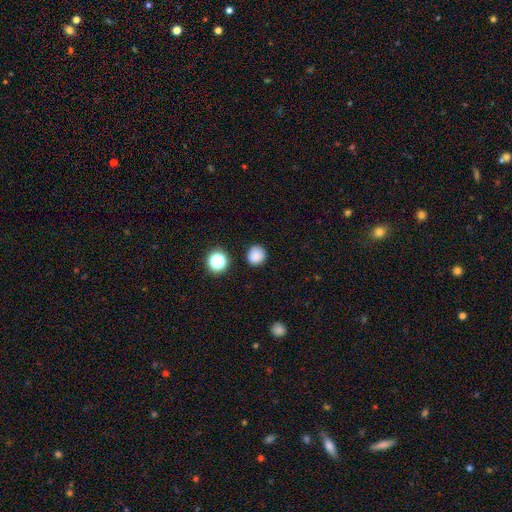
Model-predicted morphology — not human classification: smooth_or_featured: smooth (p=0.83) [alt: star or artifact p=0.13]
how_rounded: round (p=0.91) [alt: in between p=0.08]
merging: none (p=0.88) [alt: minor disturbance p=0.08]